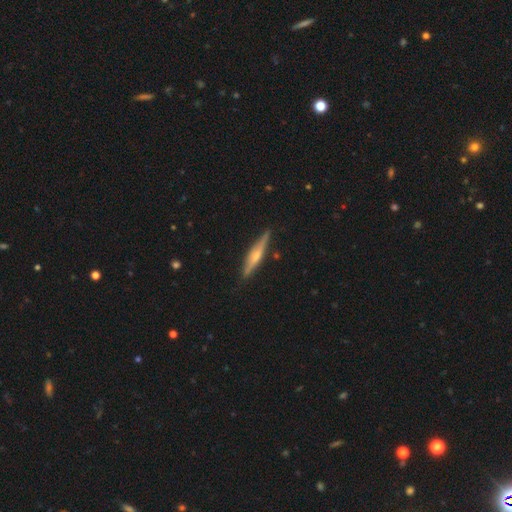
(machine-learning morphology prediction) Smooth or featured? featured or disk (66%)
Edge-on disk? yes (97%)
Edge-on bulge? rounded (80%)
Merging? none (87%)